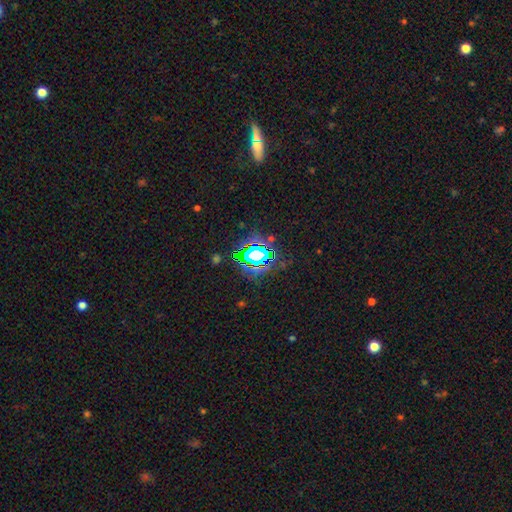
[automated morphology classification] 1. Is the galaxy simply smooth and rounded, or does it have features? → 68% star or artifact, 19% smooth, 12% featured or disk.